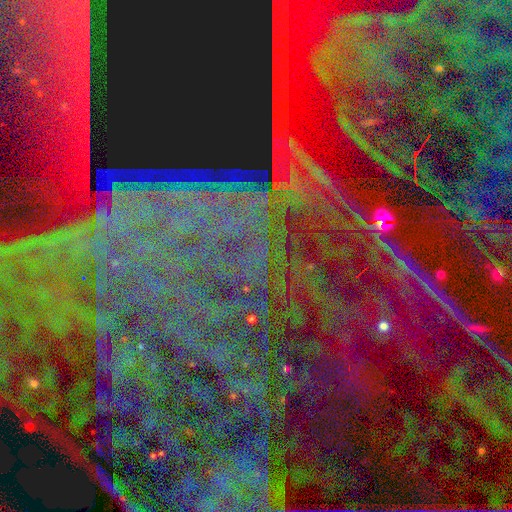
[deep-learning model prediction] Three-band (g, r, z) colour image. It shows a star or artifact, not a galaxy (86%).